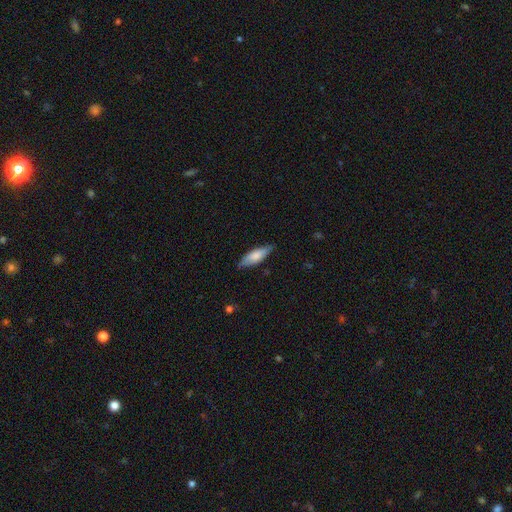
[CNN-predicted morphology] A smooth galaxy with no disk features (73%) that is in between round and cigar-shaped (53%).

Vote fractions:
- Smooth or featured? smooth: 73% / featured or disk: 21% / star or artifact: 6%
- How rounded? in between: 53% / cigar-shaped: 45% / round: 2%
- Merging? none: 81% / minor disturbance: 15% / major disturbance: 2% / merger: 1%